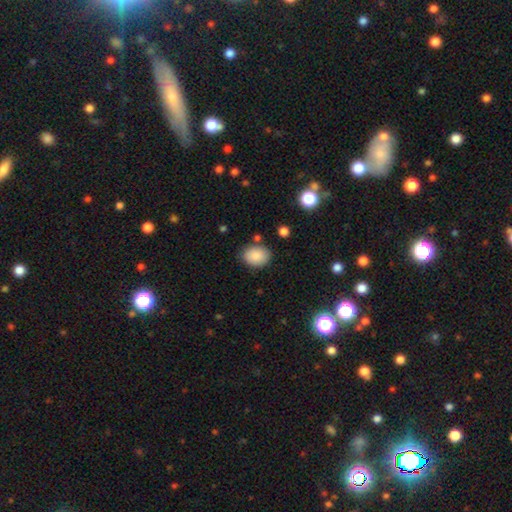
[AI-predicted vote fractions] This appears to be a smooth galaxy with no disk features (87%) that is in between round and cigar-shaped (65%). Merging: none (80%).